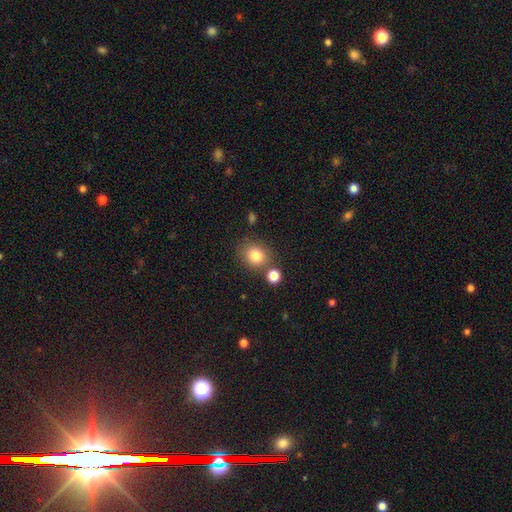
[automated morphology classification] Smooth or featured? Predicted: smooth (p=0.82). How rounded? Predicted: round (p=0.74). Merging? Predicted: none (p=0.69).